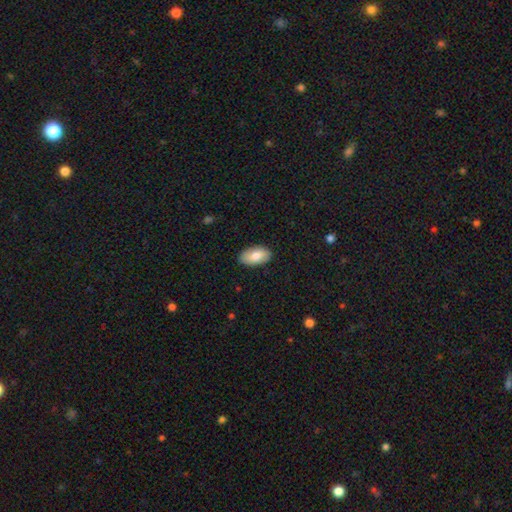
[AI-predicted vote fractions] Smooth or featured: smooth — 79% (featured or disk — 15%)
How rounded: in between — 95% (round — 3%)
Merging: none — 87% (minor disturbance — 10%)